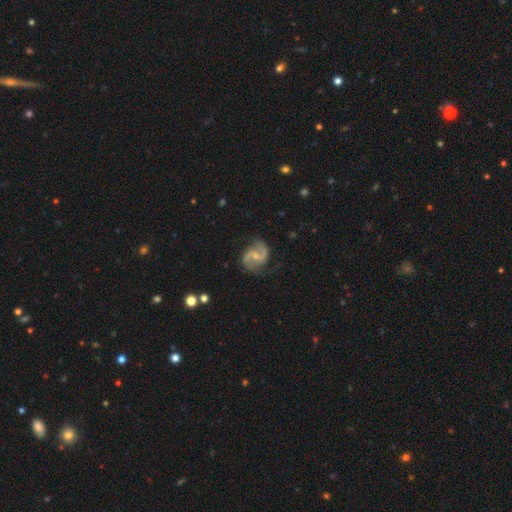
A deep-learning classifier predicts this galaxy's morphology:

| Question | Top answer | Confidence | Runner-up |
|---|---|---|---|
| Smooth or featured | featured or disk | 89% | smooth (6%) |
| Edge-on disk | no | 98% | yes (2%) |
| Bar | weak | 49% | no (37%) |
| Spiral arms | yes | 97% | no (3%) |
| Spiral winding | medium | 57% | loose (29%) |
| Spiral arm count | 2 | 93% | can't tell (2%) |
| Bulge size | small | 54% | moderate (35%) |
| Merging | none | 78% | minor disturbance (15%) |